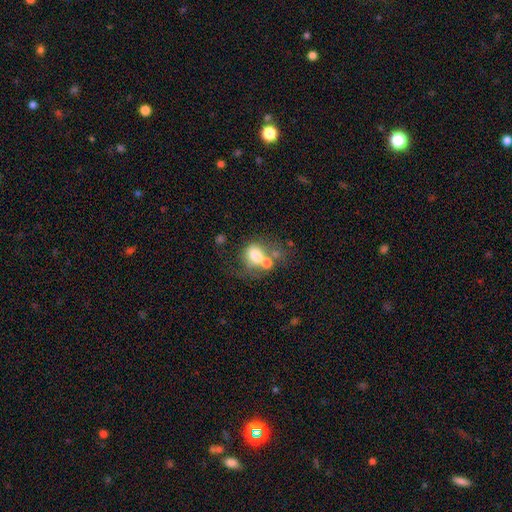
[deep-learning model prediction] Morphology: type=smooth (67%); roundness=round (60%); merging=merger (47%).